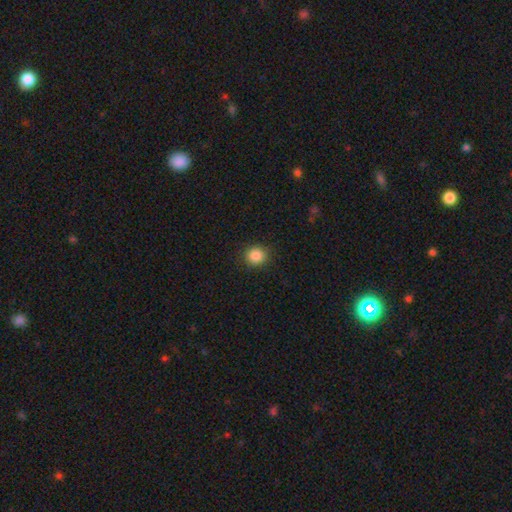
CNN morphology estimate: Q: Smooth or featured?
A: smooth (86%); runner-up: star or artifact (10%)
Q: How rounded?
A: round (89%); runner-up: in between (10%)
Q: Merging?
A: none (90%); runner-up: minor disturbance (6%)